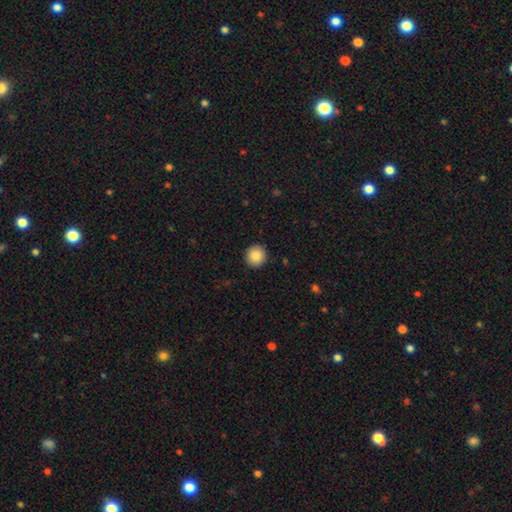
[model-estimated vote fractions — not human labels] smooth 87%, star or artifact 9%, featured or disk 5%. Down the decision tree: how rounded — round (94%); merging — none (92%).